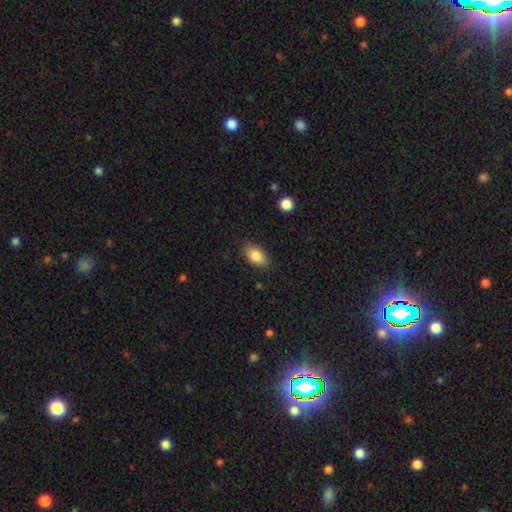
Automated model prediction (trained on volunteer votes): A smooth galaxy with no disk features (85%) that is in between round and cigar-shaped (92%).

Vote fractions:
- Smooth or featured? smooth: 85% / featured or disk: 8% / star or artifact: 7%
- How rounded? in between: 92% / round: 5% / cigar-shaped: 3%
- Merging? none: 86% / minor disturbance: 11% / major disturbance: 3% / merger: 1%